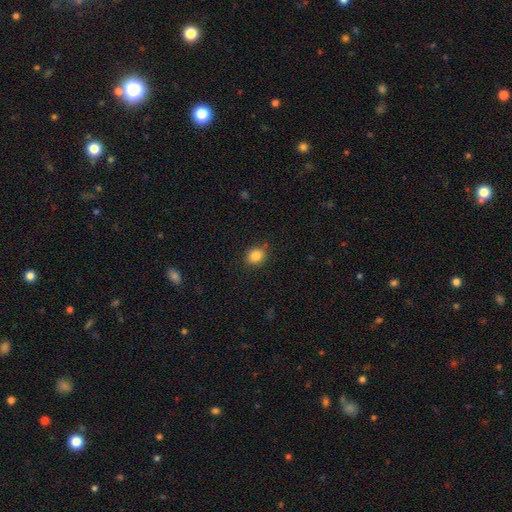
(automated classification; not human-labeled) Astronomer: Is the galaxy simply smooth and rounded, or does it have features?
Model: smooth — 85%.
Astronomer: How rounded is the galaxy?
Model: round — 67%.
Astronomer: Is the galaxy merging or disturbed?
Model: none — 83%.